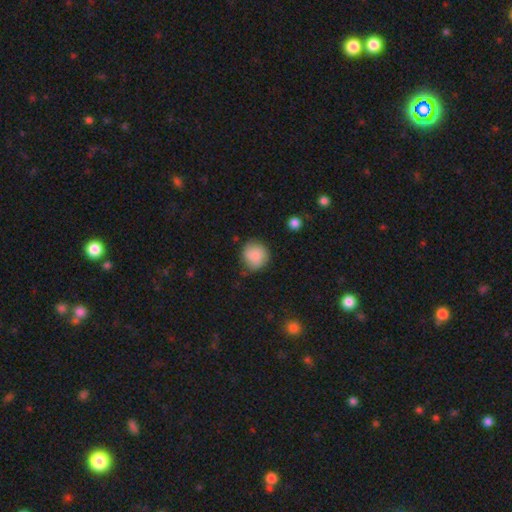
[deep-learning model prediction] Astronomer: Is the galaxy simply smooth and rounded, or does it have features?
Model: smooth — 84%.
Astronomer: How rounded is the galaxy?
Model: round — 88%.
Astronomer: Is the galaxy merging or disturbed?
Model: none — 72%.